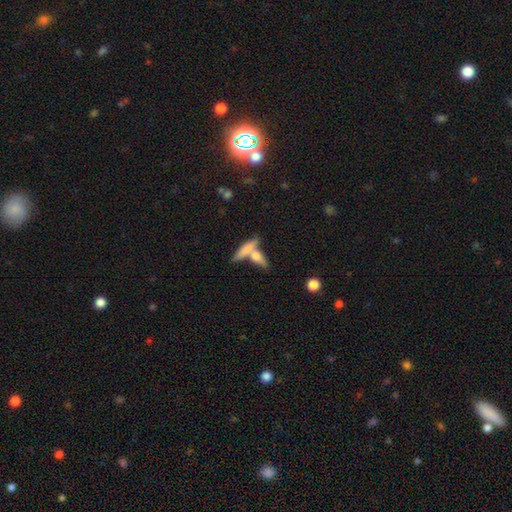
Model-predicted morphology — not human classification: type=smooth (67%); roundness=cigar-shaped (53%); merging=merger (45%).